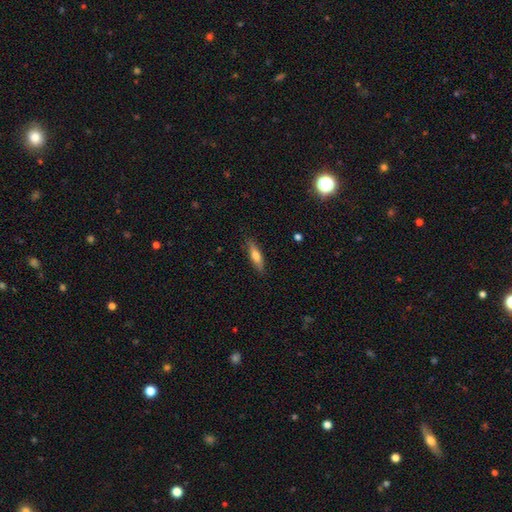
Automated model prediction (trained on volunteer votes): smooth-or-featured: smooth: 62% | featured or disk: 31% | star or artifact: 6%
  how-rounded: cigar-shaped: 67% | in between: 31% | round: 2%
  merging: none: 86% | minor disturbance: 11% | major disturbance: 2% | merger: 1%